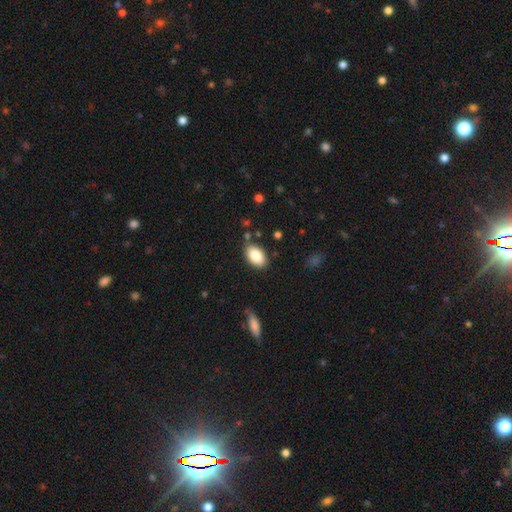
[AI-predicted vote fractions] Smooth or featured? Predicted: smooth (p=0.86). How rounded? Predicted: in between (p=0.92). Merging? Predicted: none (p=0.81).